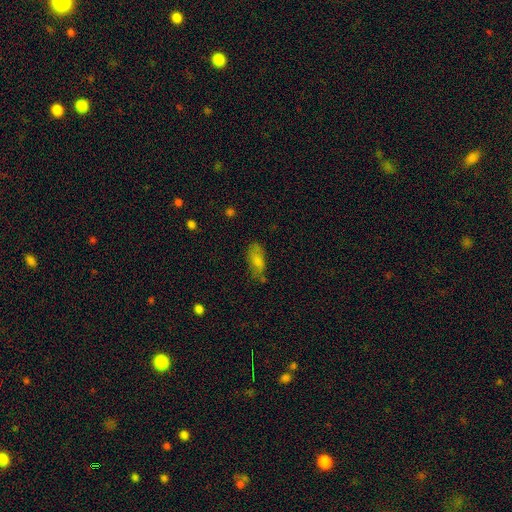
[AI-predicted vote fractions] smooth-or-featured: smooth: 71% | featured or disk: 18% | star or artifact: 11%
  how-rounded: in between: 77% | cigar-shaped: 19% | round: 3%
  merging: none: 62% | minor disturbance: 24% | major disturbance: 9% | merger: 5%